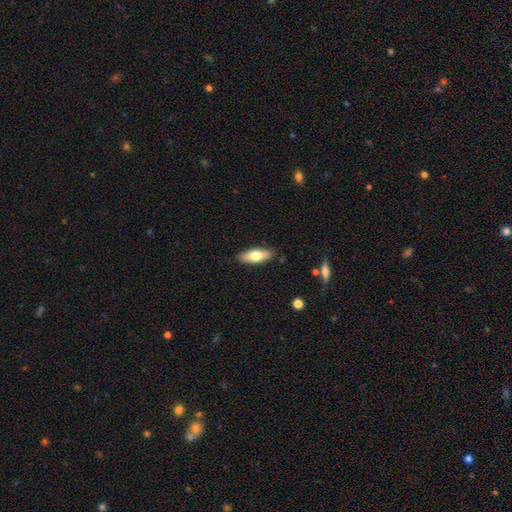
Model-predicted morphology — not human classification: type=smooth (68%); roundness=in between (69%); merging=none (87%).